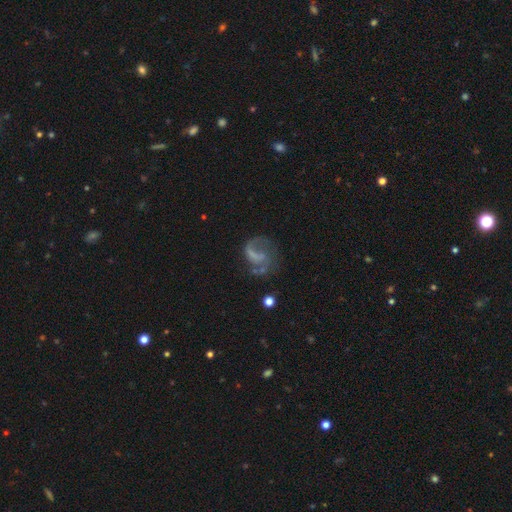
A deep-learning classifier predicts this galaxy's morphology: featured or disk 65%, smooth 23%, star or artifact 12%. Down the decision tree: edge-on disk — no (98%); bar — no (53%); spiral arms — yes (73%); bulge size — none (67%); merging — none (40%).